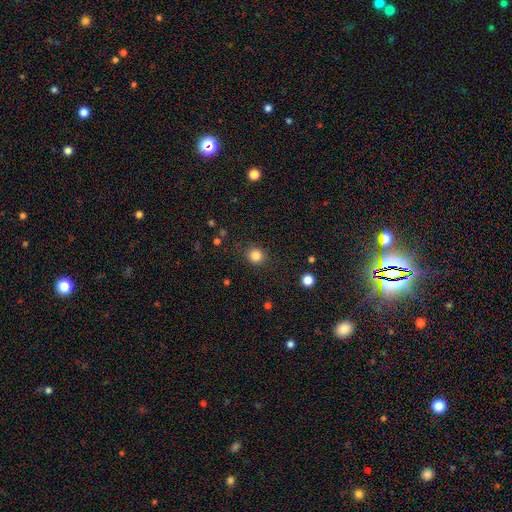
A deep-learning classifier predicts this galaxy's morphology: A smooth galaxy with no disk features (83%) that is round (88%).

Vote fractions:
- Smooth or featured? smooth: 83% / star or artifact: 12% / featured or disk: 5%
- How rounded? round: 88% / in between: 11% / cigar-shaped: 1%
- Merging? none: 87% / minor disturbance: 9% / major disturbance: 3% / merger: 1%